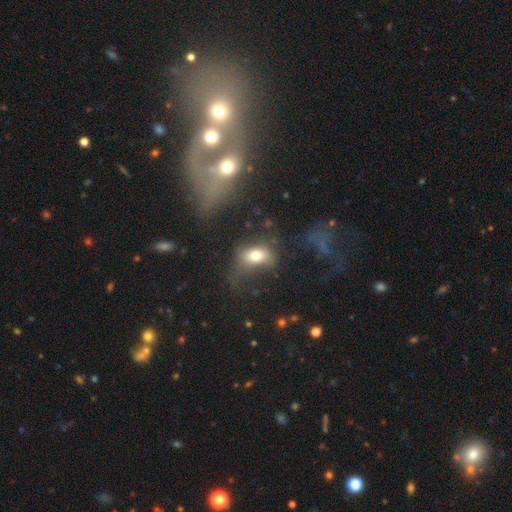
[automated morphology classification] Smooth or featured?
  - smooth: 68% *
  - featured or disk: 20%
  - star or artifact: 12%
How rounded?
  - in between: 79% *
  - round: 18%
  - cigar-shaped: 3%
Merging?
  - none: 37% *
  - major disturbance: 35%
  - minor disturbance: 22%
  - merger: 6%